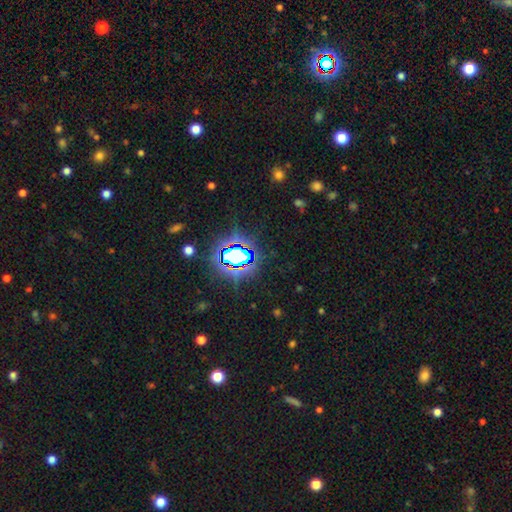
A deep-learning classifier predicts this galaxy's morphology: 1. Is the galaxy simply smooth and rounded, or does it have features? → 77% star or artifact, 15% smooth, 8% featured or disk.